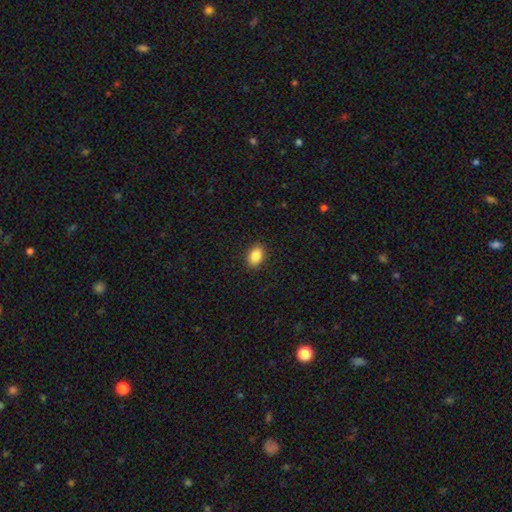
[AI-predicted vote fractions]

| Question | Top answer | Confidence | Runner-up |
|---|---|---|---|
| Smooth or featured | smooth | 88% | star or artifact (8%) |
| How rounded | in between | 82% | round (16%) |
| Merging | none | 89% | minor disturbance (8%) |